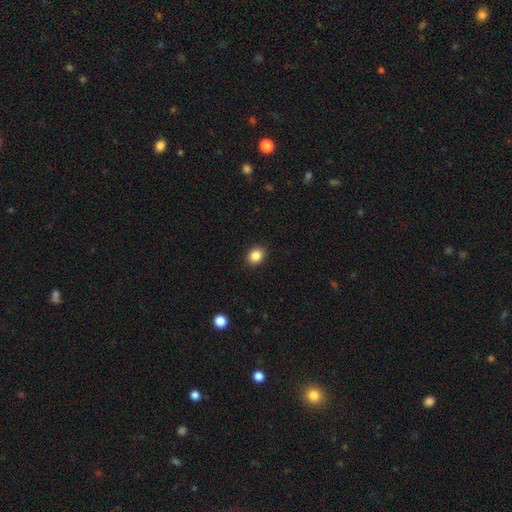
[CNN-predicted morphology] This appears to be a smooth galaxy with no disk features (86%) that is round (55%). Merging: none (90%).